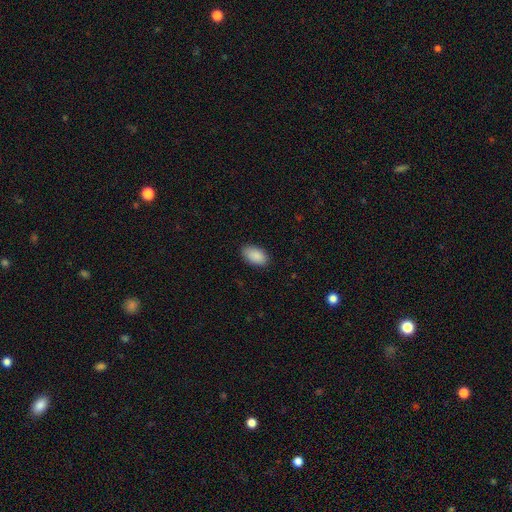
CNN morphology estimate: The model was most divided on "merging": none: 86%, minor disturbance: 11%, major disturbance: 2%, merger: 1%. More confident: how rounded — in between (94%); smooth or featured — smooth (90%).